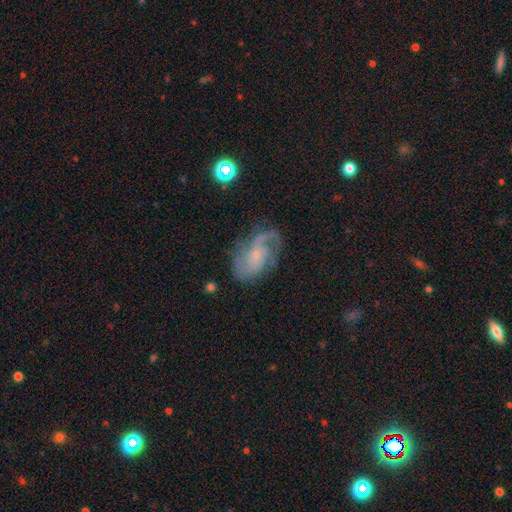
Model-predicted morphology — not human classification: A featured or disk galaxy (81%) with no bar (68%), 2 (53%) medium (46%) spiral arms (95%) and a small central bulge (75%). Merging: none (62%).